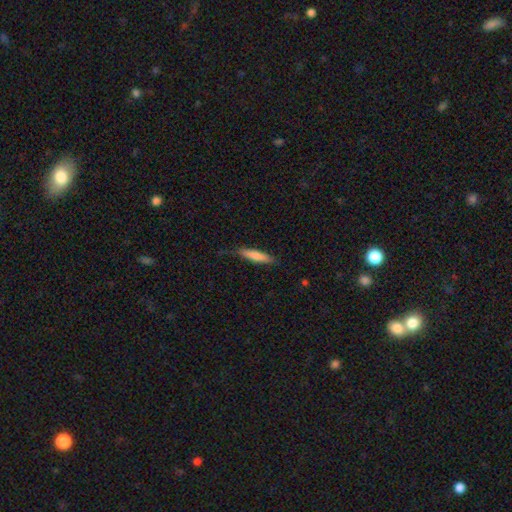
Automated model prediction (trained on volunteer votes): Smooth or featured? Predicted: smooth (p=0.75). How rounded? Predicted: cigar-shaped (p=0.82). Merging? Predicted: none (p=0.78).